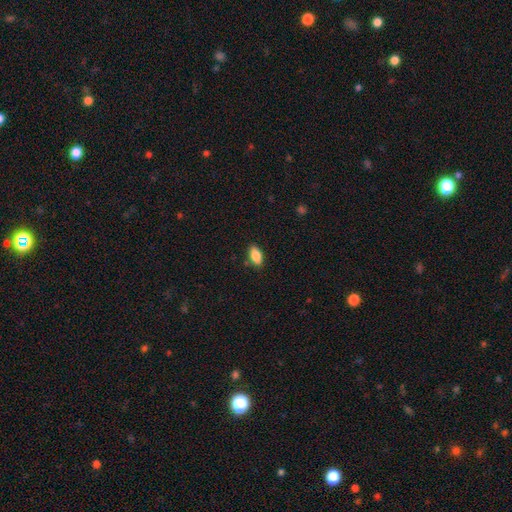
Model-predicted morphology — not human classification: Smooth or featured? Predicted: smooth (p=0.85). How rounded? Predicted: in between (p=0.90). Merging? Predicted: none (p=0.85).